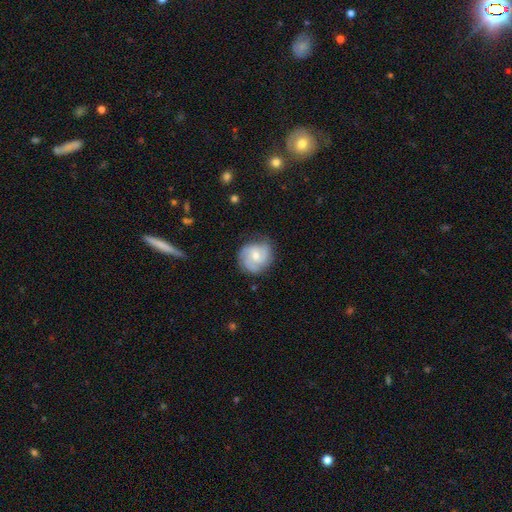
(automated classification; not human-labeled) smooth_or_featured: featured or disk (p=0.70) [alt: smooth p=0.23]
disk_edge_on: no (p=0.98) [alt: yes p=0.02]
bar: no (p=0.61) [alt: weak p=0.35]
has_spiral_arms: yes (p=0.93) [alt: no p=0.07]
spiral_winding: tight (p=0.46) [alt: medium p=0.42]
spiral_arm_count: 3 (p=0.40) [alt: 2 p=0.28]
bulge_size: moderate (p=0.51) [alt: small p=0.42]
merging: none (p=0.75) [alt: minor disturbance p=0.18]